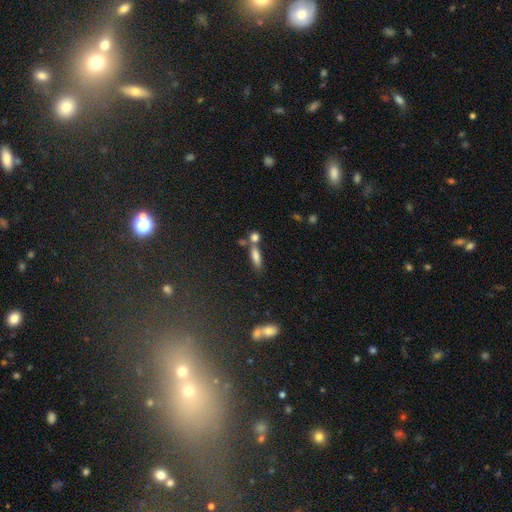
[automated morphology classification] This appears to be a smooth galaxy with no disk features (75%) that is cigar-shaped (53%). Merging: none (52%).